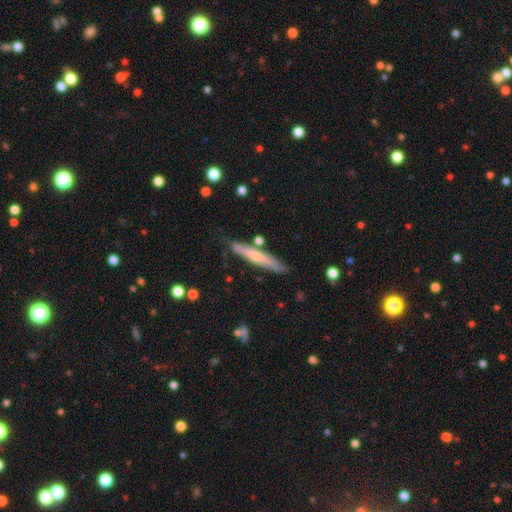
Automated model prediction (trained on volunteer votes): Smooth or featured?
  - smooth: 52% *
  - featured or disk: 42%
  - star or artifact: 6%
How rounded?
  - cigar-shaped: 91% *
  - in between: 7%
  - round: 1%
Merging?
  - none: 78% *
  - minor disturbance: 14%
  - merger: 5%
  - major disturbance: 3%